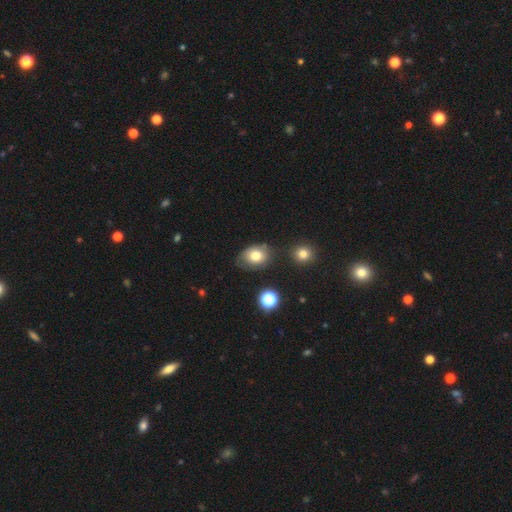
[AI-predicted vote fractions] Overall: smooth (76%). How rounded: in between (62%; round 37%). Merging: none (64%; minor disturbance 24%).